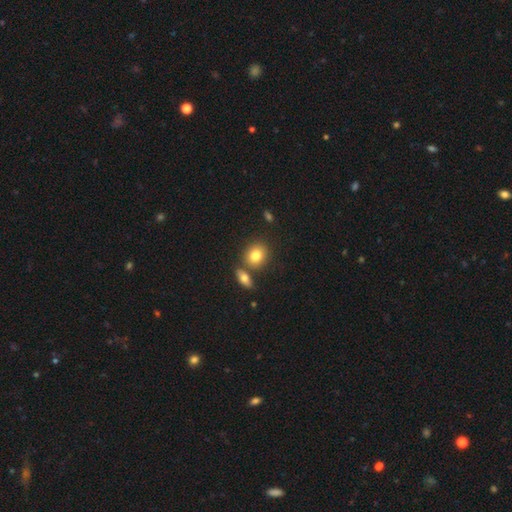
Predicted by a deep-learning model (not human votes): Smooth or featured? Predicted: smooth (p=0.81). How rounded? Predicted: round (p=0.62). Merging? Predicted: none (p=0.67).